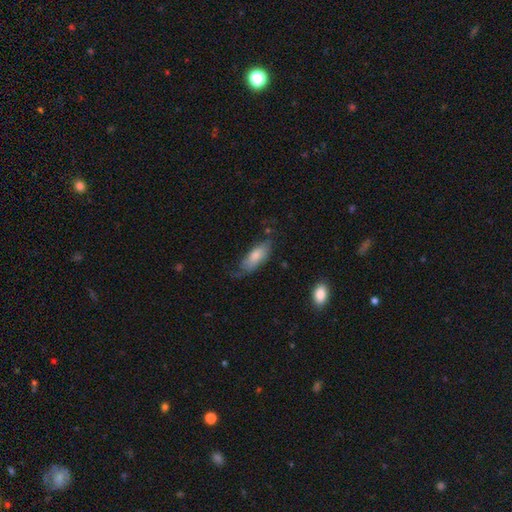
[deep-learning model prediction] A smooth galaxy with no disk features (70%) that is in between round and cigar-shaped (79%).

Vote fractions:
- Smooth or featured? smooth: 70% / featured or disk: 24% / star or artifact: 6%
- How rounded? in between: 79% / cigar-shaped: 19% / round: 2%
- Merging? none: 48% / minor disturbance: 32% / major disturbance: 17% / merger: 3%